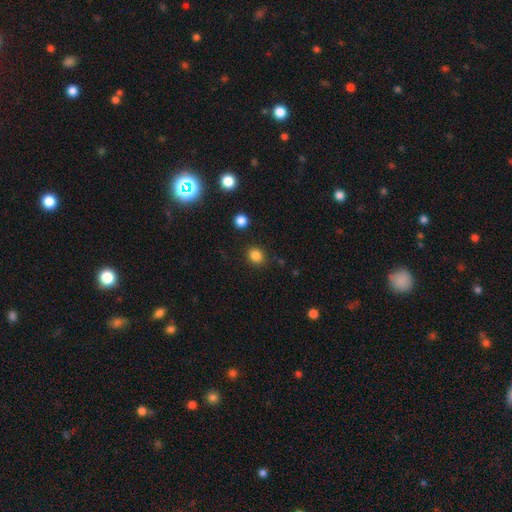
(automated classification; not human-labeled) This appears to be a smooth galaxy with no disk features (83%) that is round (78%). Merging: none (88%).